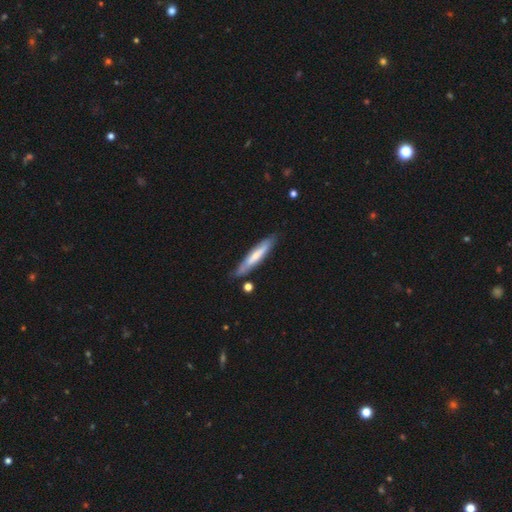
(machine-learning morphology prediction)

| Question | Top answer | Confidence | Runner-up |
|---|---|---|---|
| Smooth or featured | smooth | 54% | featured or disk (41%) |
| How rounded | cigar-shaped | 87% | in between (12%) |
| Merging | none | 79% | minor disturbance (15%) |